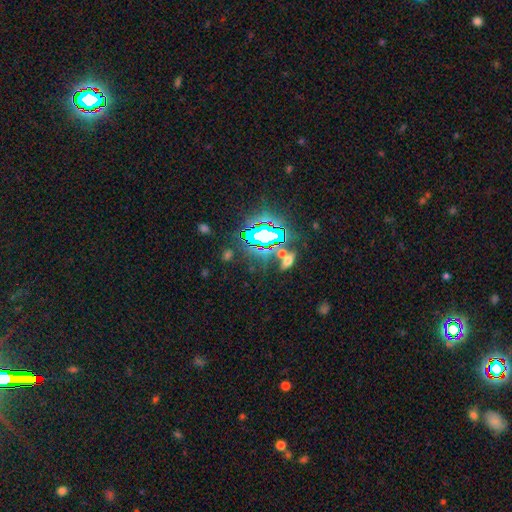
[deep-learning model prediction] A star or artifact, not a galaxy (82%).

Vote fractions:
- Smooth or featured? star or artifact: 82% / smooth: 11% / featured or disk: 7%